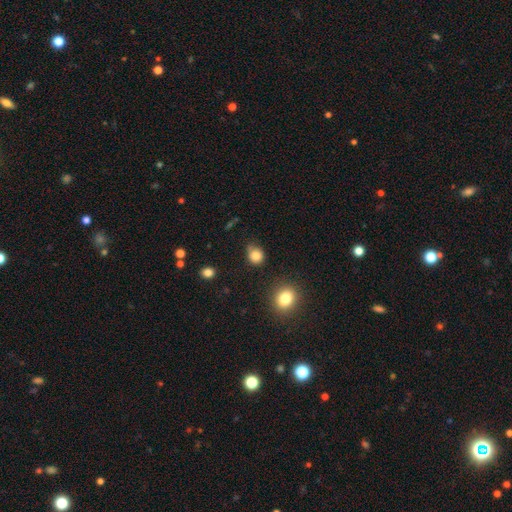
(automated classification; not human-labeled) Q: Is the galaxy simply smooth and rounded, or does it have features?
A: smooth — 83%.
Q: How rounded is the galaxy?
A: round — 74%.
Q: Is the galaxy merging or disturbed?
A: none — 63%.